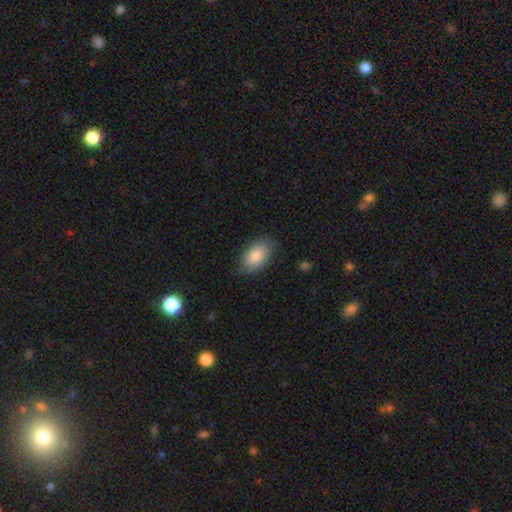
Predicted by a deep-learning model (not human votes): smooth 83%, featured or disk 11%, star or artifact 6%. Down the decision tree: how rounded — in between (93%); merging — none (75%).